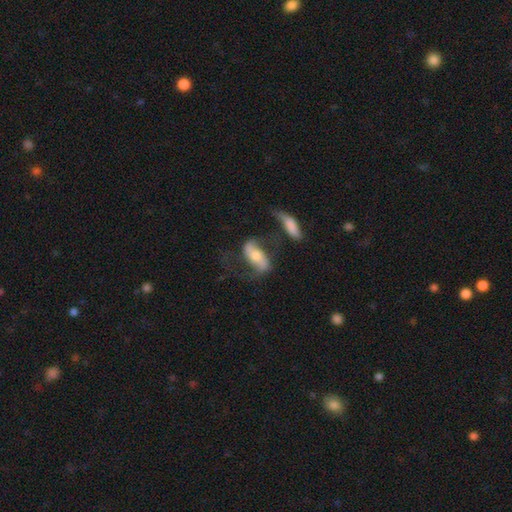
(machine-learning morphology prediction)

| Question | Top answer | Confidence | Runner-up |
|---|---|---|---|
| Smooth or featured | featured or disk | 68% | smooth (25%) |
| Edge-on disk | no | 85% | yes (15%) |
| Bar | no | 38% | strong (32%) |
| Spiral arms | yes | 85% | no (15%) |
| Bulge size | moderate | 53% | small (31%) |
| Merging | none | 42% | merger (23%) |